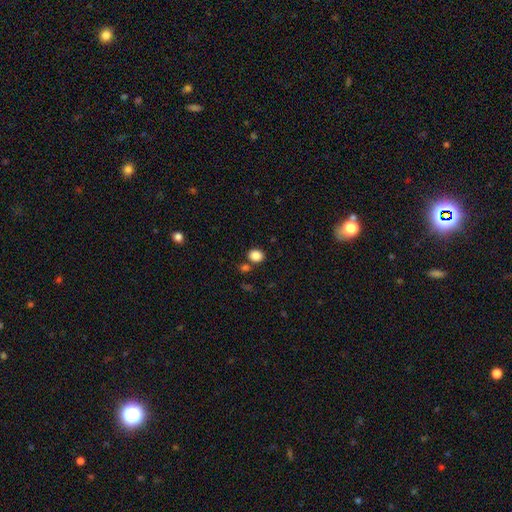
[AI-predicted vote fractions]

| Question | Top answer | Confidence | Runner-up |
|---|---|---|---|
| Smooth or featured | smooth | 86% | star or artifact (10%) |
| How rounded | round | 62% | in between (37%) |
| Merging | none | 78% | merger (10%) |